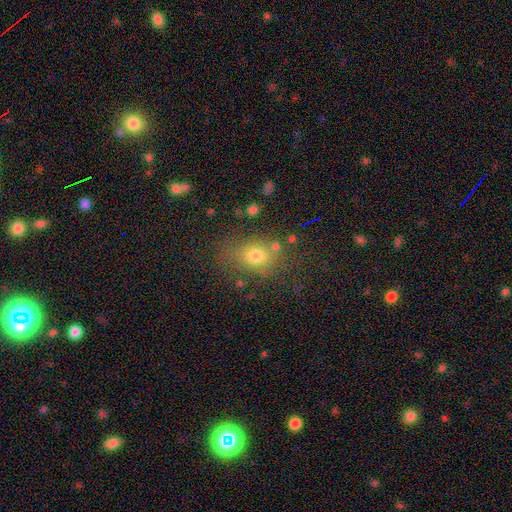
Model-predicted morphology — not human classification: Smooth or featured? smooth (71%)
How rounded? in between (59%)
Merging? none (68%)